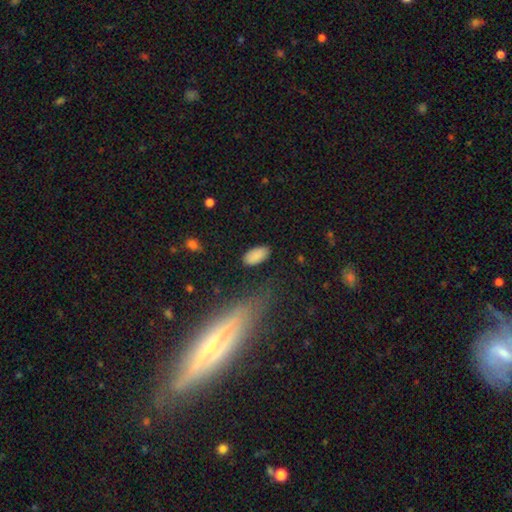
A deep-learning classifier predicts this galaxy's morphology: Smooth or featured? smooth (88%)
How rounded? in between (95%)
Merging? none (84%)